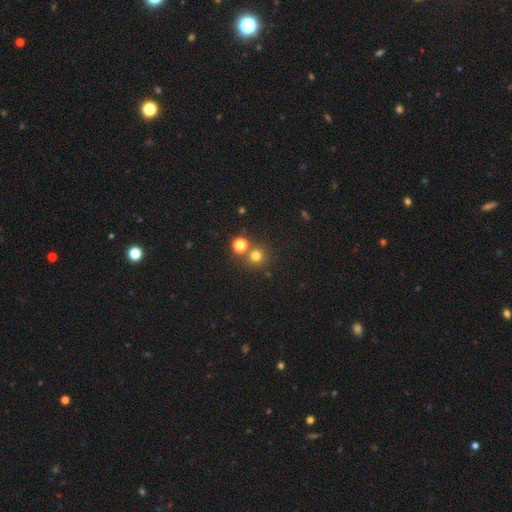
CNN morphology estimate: This is likely a smooth galaxy (74%). How rounded: clearly round (93%). Merging: likely none (73%).